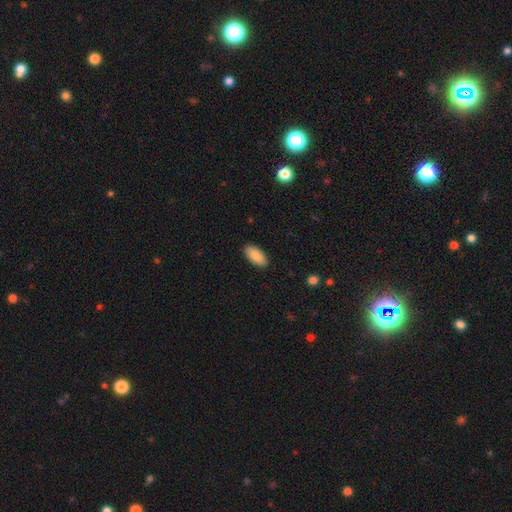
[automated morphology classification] Smooth or featured? Predicted: smooth (p=0.88). How rounded? Predicted: in between (p=0.93). Merging? Predicted: none (p=0.90).